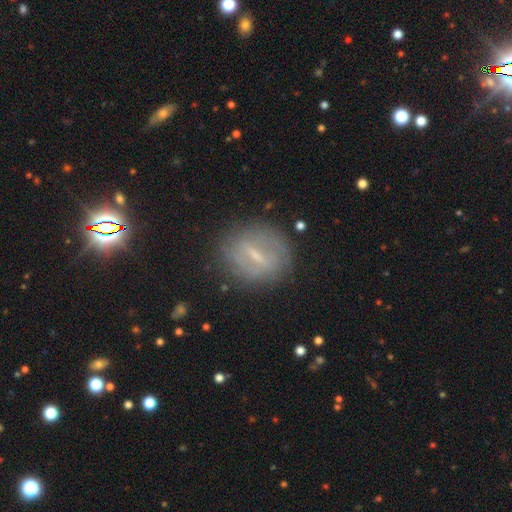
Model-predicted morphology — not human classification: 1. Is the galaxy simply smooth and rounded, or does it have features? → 59% featured or disk, 29% smooth, 12% star or artifact.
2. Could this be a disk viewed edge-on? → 87% no, 13% yes.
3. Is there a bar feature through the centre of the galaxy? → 47% strong, 42% weak, 12% no.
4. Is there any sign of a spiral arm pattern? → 53% no, 47% yes.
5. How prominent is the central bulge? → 61% small, 21% moderate, 16% none, 2% large, 1% dominant.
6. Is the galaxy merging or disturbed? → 80% none, 13% minor disturbance, 5% major disturbance, 2% merger.